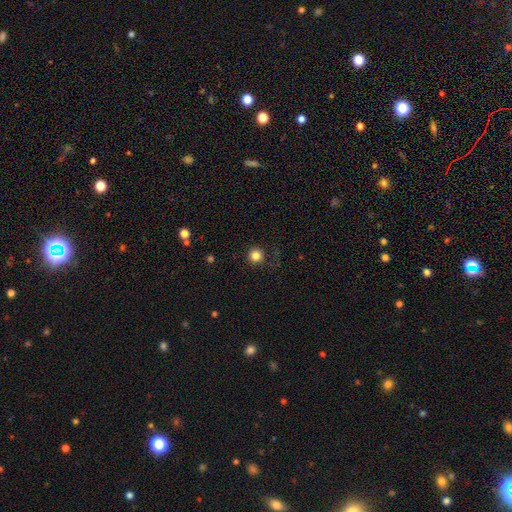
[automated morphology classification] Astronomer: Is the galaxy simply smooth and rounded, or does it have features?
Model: smooth — 82%.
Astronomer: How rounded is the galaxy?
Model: round — 96%.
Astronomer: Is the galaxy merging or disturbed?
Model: none — 87%.